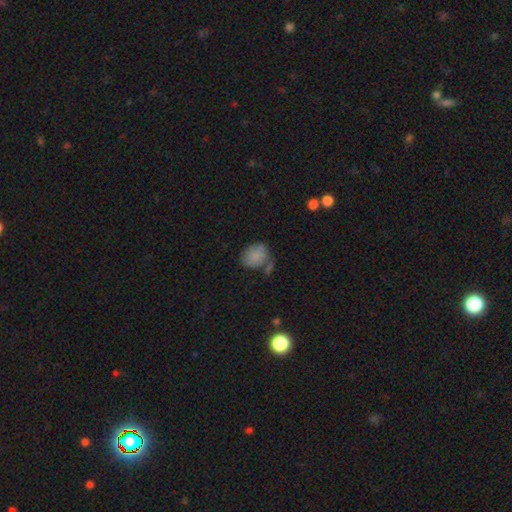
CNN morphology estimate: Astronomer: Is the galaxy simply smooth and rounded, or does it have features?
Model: smooth — 80%.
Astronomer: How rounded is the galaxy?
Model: round — 54% (runner-up: in between, 45%).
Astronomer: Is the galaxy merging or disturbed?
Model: none — 53%.